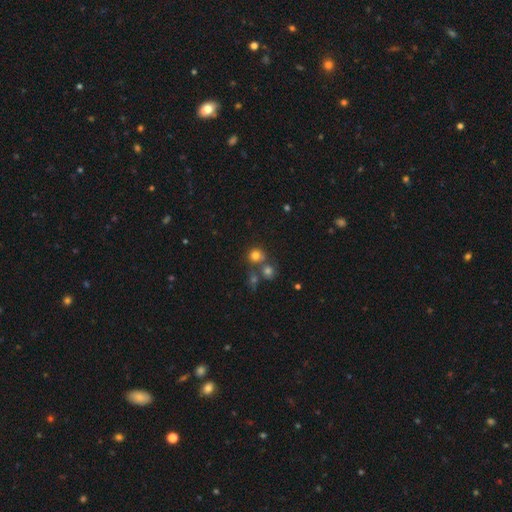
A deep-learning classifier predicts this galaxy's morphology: Q: Smooth or featured?
A: smooth (76%); runner-up: star or artifact (16%)
Q: How rounded?
A: round (86%); runner-up: in between (13%)
Q: Merging?
A: none (59%); runner-up: merger (28%)